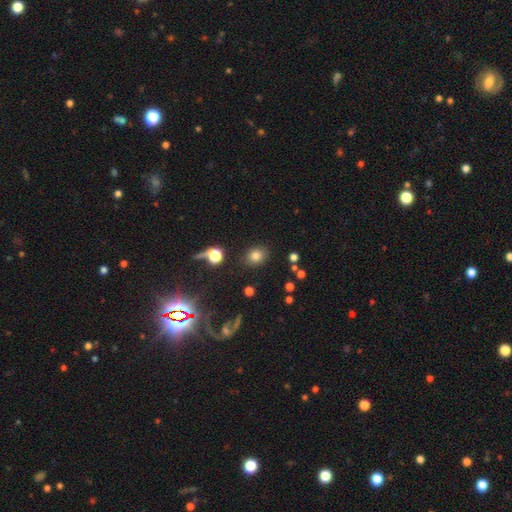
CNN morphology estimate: A smooth galaxy with no disk features (77%) that is round (54%). Merging: none (85%).